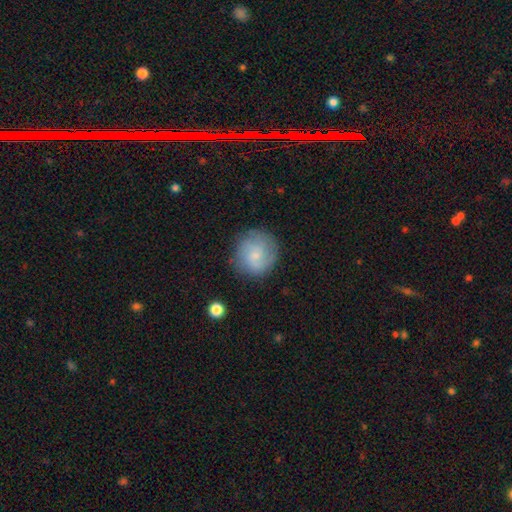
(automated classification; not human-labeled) smooth-or-featured: smooth: 56% | featured or disk: 37% | star or artifact: 8%
  how-rounded: round: 90% | in between: 9% | cigar-shaped: 1%
  merging: none: 79% | minor disturbance: 15% | major disturbance: 5% | merger: 2%